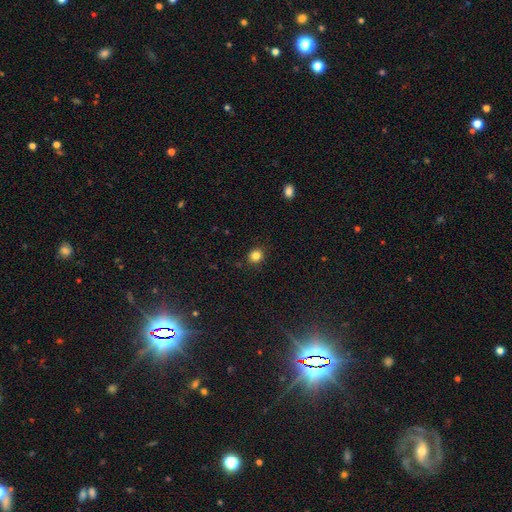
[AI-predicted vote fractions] smooth_or_featured: smooth (p=0.83) [alt: star or artifact p=0.12]
how_rounded: round (p=0.81) [alt: in between p=0.18]
merging: none (p=0.89) [alt: minor disturbance p=0.08]